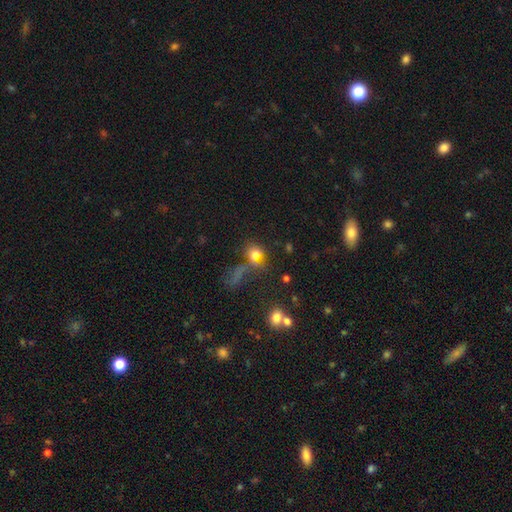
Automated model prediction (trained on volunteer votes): Smooth or featured? Predicted: smooth (p=0.71). How rounded? Predicted: round (p=0.57). Merging? Predicted: none (p=0.45).